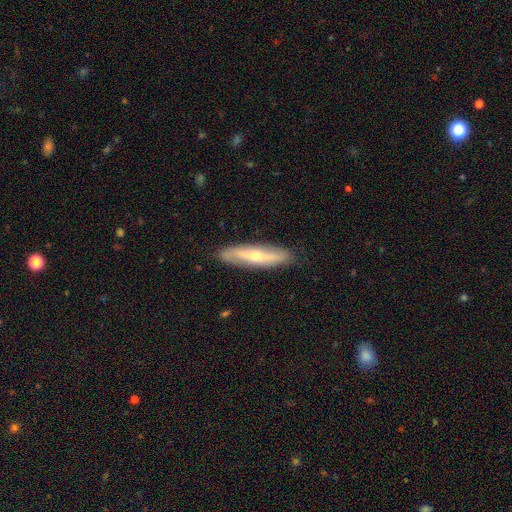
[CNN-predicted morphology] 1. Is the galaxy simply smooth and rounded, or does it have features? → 57% featured or disk, 37% smooth, 6% star or artifact.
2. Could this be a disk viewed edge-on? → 57% yes, 43% no.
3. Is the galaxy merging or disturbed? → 87% none, 10% minor disturbance, 2% major disturbance, 1% merger.